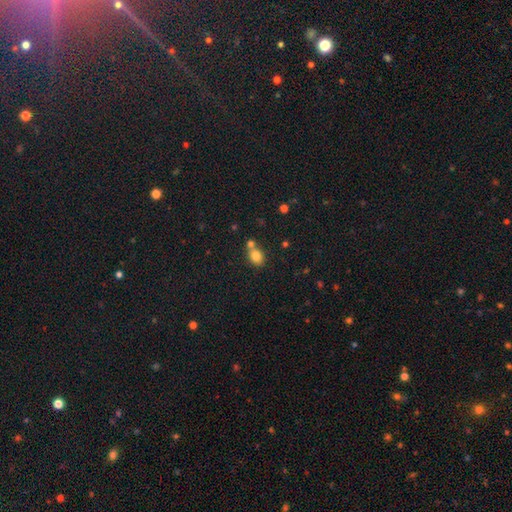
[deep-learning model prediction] Q: Smooth or featured?
A: smooth (81%); runner-up: star or artifact (11%)
Q: How rounded?
A: in between (59%); runner-up: round (40%)
Q: Merging?
A: none (53%); runner-up: merger (32%)